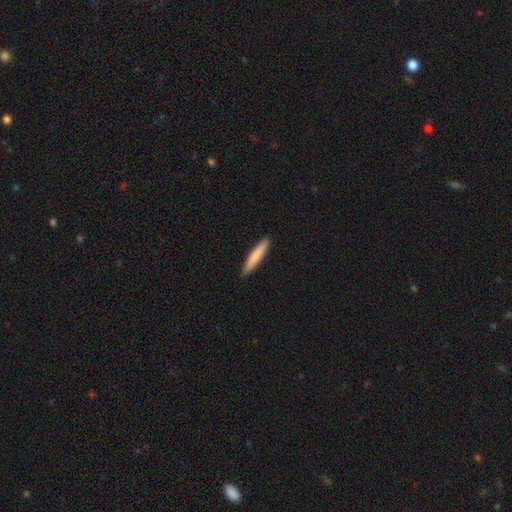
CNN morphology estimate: smooth_or_featured: smooth (p=0.80) [alt: featured or disk p=0.15]
how_rounded: cigar-shaped (p=0.92) [alt: in between p=0.07]
merging: none (p=0.91) [alt: minor disturbance p=0.07]